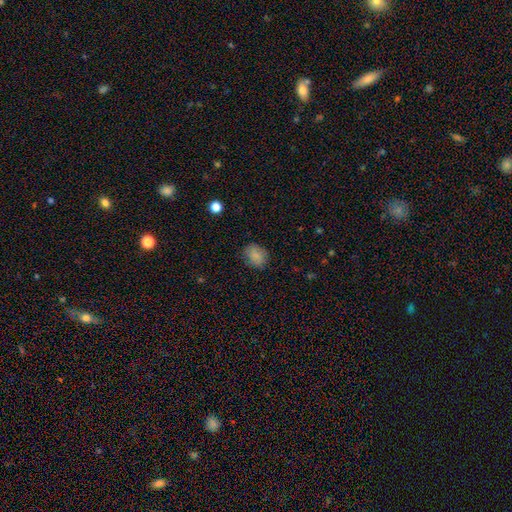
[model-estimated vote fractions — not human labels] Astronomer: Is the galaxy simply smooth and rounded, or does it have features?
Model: smooth — 84%.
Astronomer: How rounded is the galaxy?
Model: in between — 51% (runner-up: round, 48%).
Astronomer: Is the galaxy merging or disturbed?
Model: none — 81%.